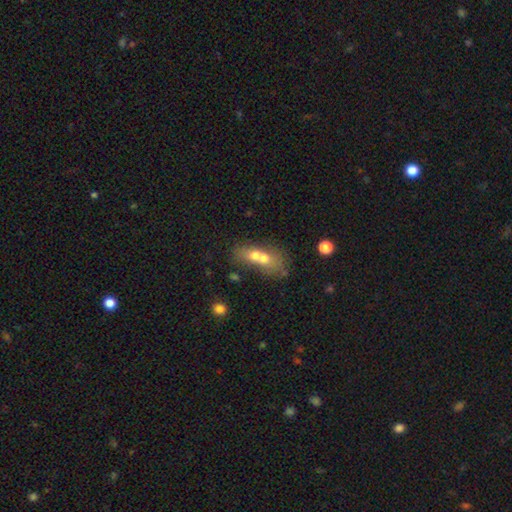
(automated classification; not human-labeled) Smooth or featured?
  - smooth: 60% *
  - featured or disk: 30%
  - star or artifact: 11%
How rounded?
  - in between: 59% *
  - round: 29%
  - cigar-shaped: 12%
Merging?
  - merger: 72% *
  - none: 16%
  - minor disturbance: 6%
  - major disturbance: 5%